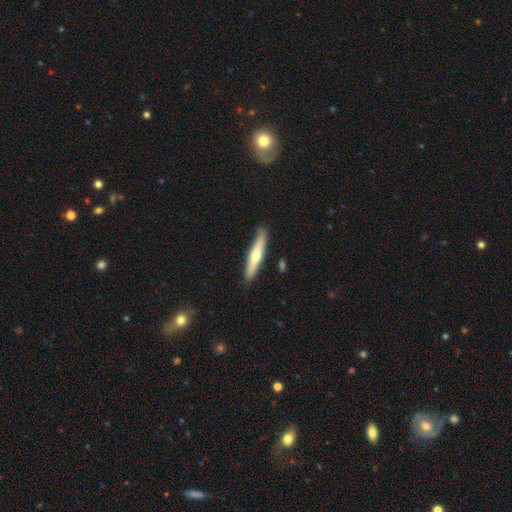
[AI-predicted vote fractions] Smooth or featured?
  - smooth: 54% *
  - featured or disk: 40%
  - star or artifact: 5%
How rounded?
  - cigar-shaped: 90% *
  - in between: 9%
  - round: 1%
Merging?
  - none: 86% *
  - minor disturbance: 11%
  - merger: 2%
  - major disturbance: 2%